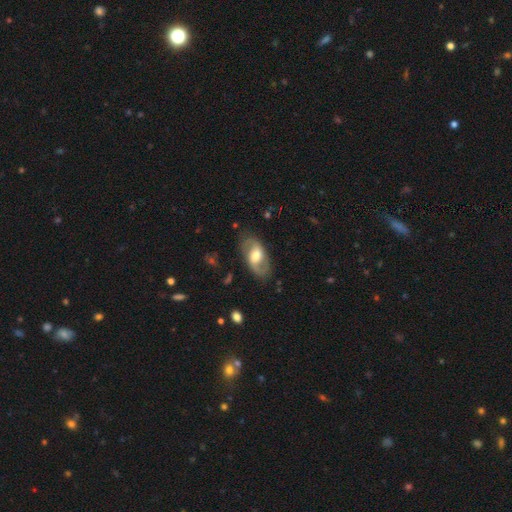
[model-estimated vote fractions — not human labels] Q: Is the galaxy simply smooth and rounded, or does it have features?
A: featured or disk — 70%.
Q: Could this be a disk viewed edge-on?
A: no — 94%.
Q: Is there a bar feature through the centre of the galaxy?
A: weak — 43%.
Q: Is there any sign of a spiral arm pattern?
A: yes — 83%.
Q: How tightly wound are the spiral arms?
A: medium — 43%.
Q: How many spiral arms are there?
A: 2 — 88%.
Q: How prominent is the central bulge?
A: moderate — 62%.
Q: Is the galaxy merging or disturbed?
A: none — 79%.